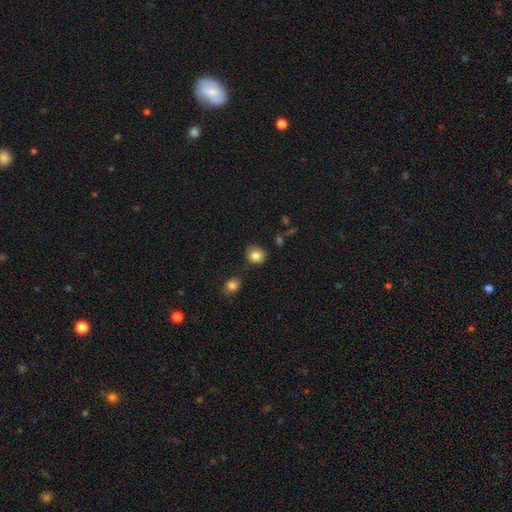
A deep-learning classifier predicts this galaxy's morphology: A smooth galaxy with no disk features (84%) that is round (83%). Merging: none (79%).